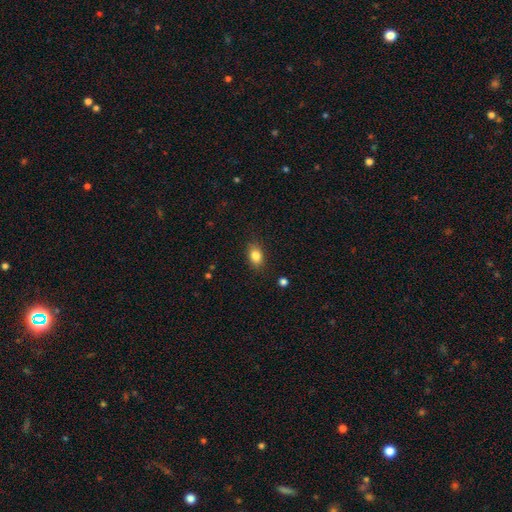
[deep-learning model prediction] smooth_or_featured: smooth (p=0.83) [alt: star or artifact p=0.09]
how_rounded: in between (p=0.76) [alt: round p=0.22]
merging: none (p=0.85) [alt: minor disturbance p=0.11]